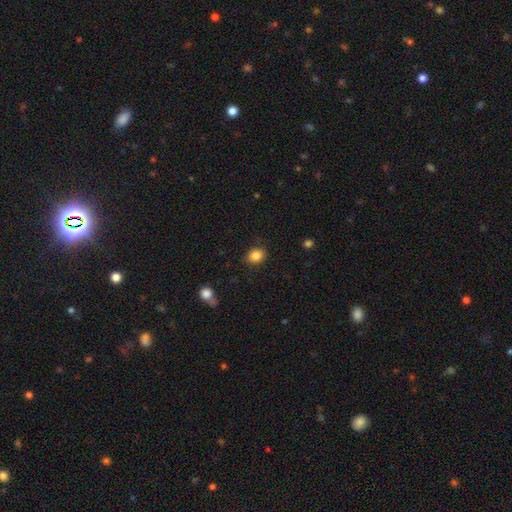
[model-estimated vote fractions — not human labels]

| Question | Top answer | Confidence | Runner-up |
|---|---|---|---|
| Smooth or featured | smooth | 85% | star or artifact (10%) |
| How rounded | round | 58% | in between (41%) |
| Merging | none | 84% | minor disturbance (12%) |